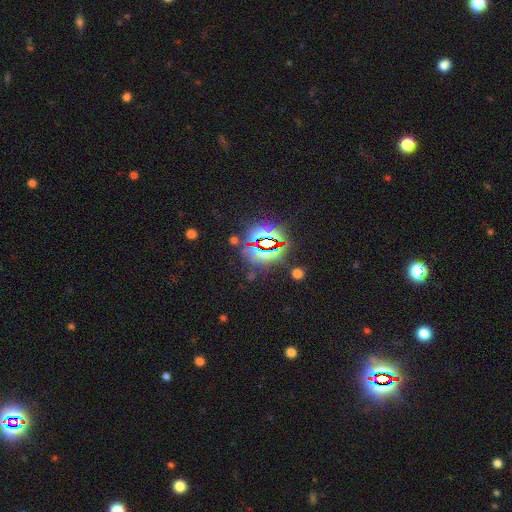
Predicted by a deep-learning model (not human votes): smooth-or-featured: star or artifact: 84% | smooth: 9% | featured or disk: 7%